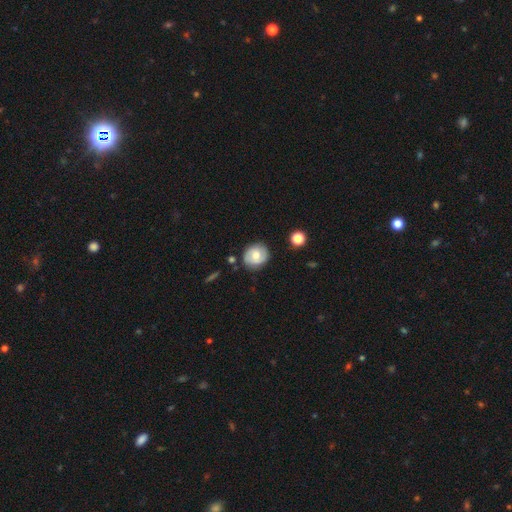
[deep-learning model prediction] smooth-or-featured: smooth: 49% | featured or disk: 43% | star or artifact: 8%
  merging: none: 81% | minor disturbance: 13% | major disturbance: 3% | merger: 3%